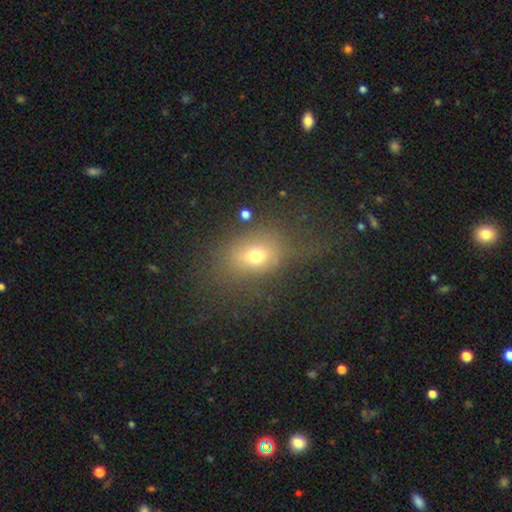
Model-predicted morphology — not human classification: Smooth or featured? smooth (66%)
How rounded? in between (58%)
Merging? none (58%)